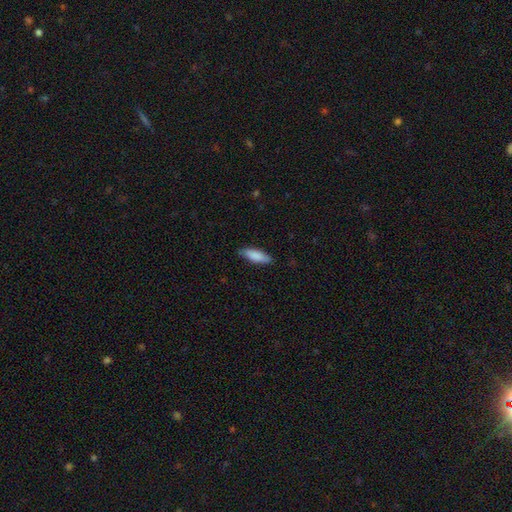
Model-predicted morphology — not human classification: This appears to be a smooth galaxy with no disk features (85%) that is in between round and cigar-shaped (57%). Merging: none (82%).